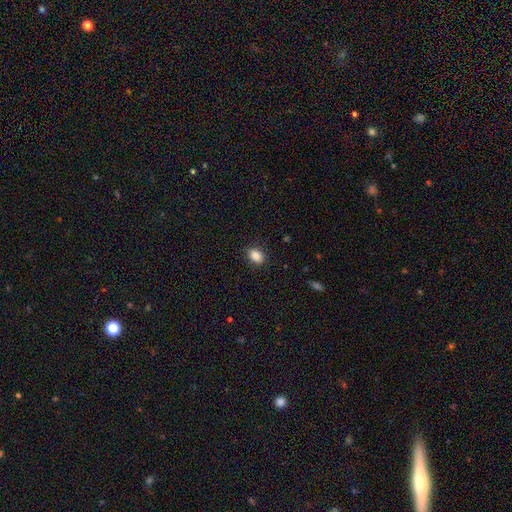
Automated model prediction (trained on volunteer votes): A smooth galaxy with no disk features (86%) that is in between round and cigar-shaped (72%).

Vote fractions:
- Smooth or featured? smooth: 86% / star or artifact: 9% / featured or disk: 5%
- How rounded? in between: 72% / round: 27% / cigar-shaped: 1%
- Merging? none: 89% / minor disturbance: 8% / major disturbance: 2% / merger: 1%